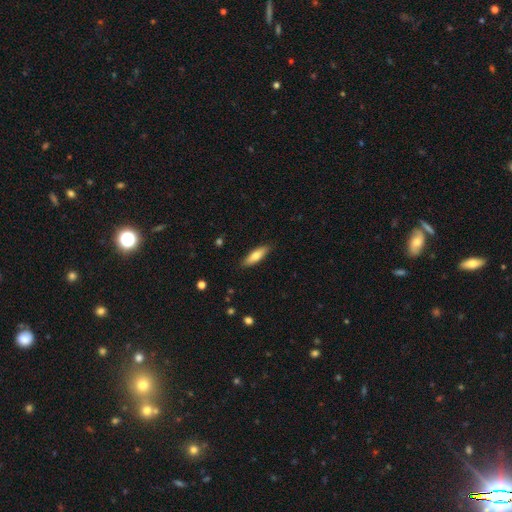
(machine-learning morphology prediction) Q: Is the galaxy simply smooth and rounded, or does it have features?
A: smooth — 74%.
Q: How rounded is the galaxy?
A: cigar-shaped — 51%.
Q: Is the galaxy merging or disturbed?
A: none — 87%.